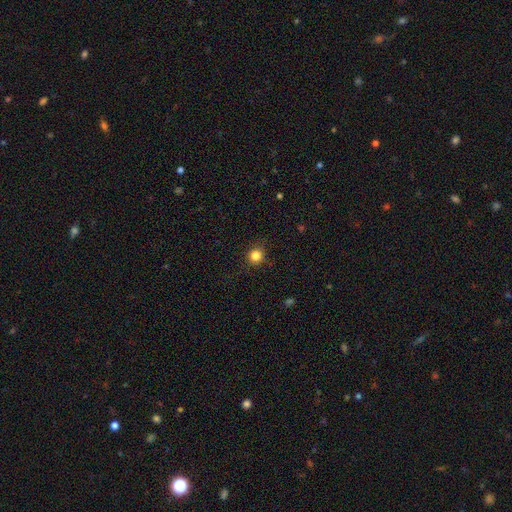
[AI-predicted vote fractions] Smooth or featured?
  - smooth: 83% *
  - star or artifact: 12%
  - featured or disk: 5%
How rounded?
  - round: 90% *
  - in between: 9%
  - cigar-shaped: 1%
Merging?
  - none: 88% *
  - minor disturbance: 8%
  - major disturbance: 2%
  - merger: 1%